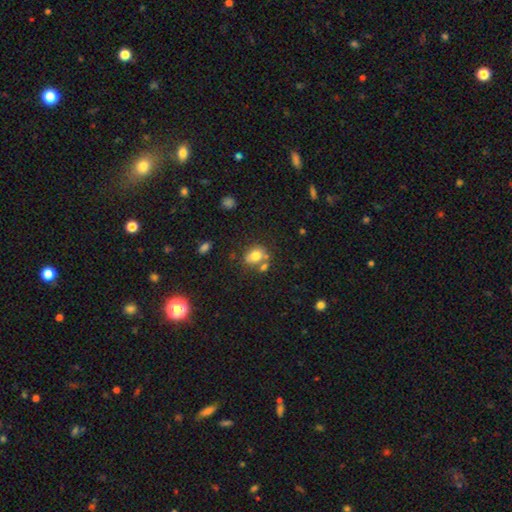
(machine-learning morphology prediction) Smooth or featured?
  - smooth: 75% *
  - featured or disk: 14%
  - star or artifact: 11%
How rounded?
  - in between: 53% *
  - round: 45%
  - cigar-shaped: 1%
Merging?
  - none: 52% *
  - merger: 26%
  - minor disturbance: 16%
  - major disturbance: 6%